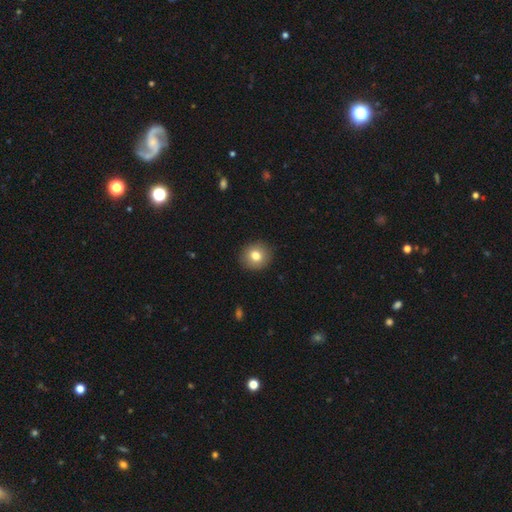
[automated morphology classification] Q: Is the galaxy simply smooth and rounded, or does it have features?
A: smooth — 79%.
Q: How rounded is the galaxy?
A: round — 88%.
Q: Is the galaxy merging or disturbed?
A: none — 91%.